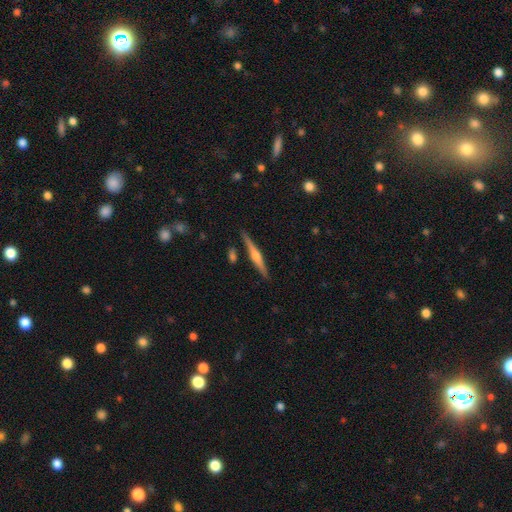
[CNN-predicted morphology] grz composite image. It shows a featured or disk galaxy (72%) viewed edge-on (98%) with a rounded central bulge (87%). Merging: none (88%).